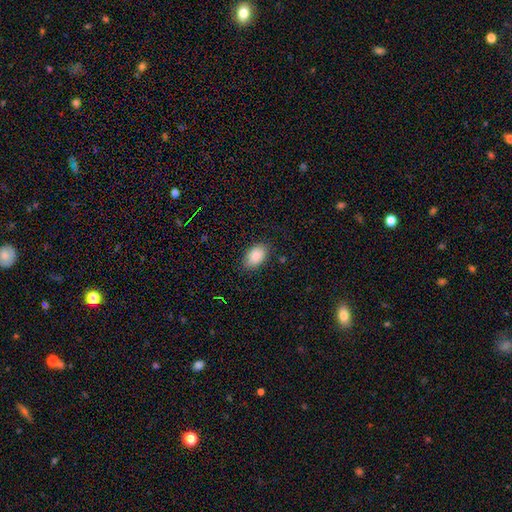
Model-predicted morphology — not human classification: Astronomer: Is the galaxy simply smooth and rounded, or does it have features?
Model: smooth — 88%.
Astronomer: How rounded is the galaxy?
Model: in between — 91%.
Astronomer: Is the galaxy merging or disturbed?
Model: none — 83%.